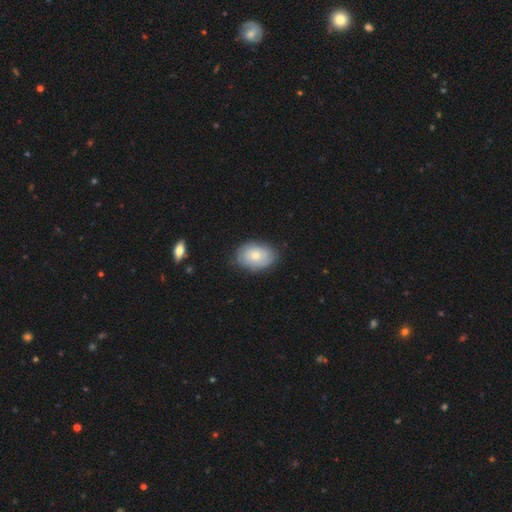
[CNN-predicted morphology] This is possibly a featured or disk galaxy (53%). It is clearly not viewed edge-on (95%). Bar: clearly no (81%). Spiral arm pattern: likely yes (80%). Central bulge: possibly moderate (50%). Merging: likely none (76%).